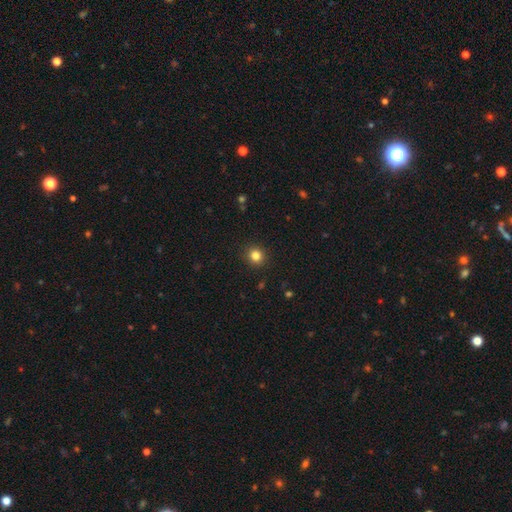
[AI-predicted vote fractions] This is clearly a smooth galaxy (83%). How rounded: clearly round (89%). Merging: clearly none (92%).